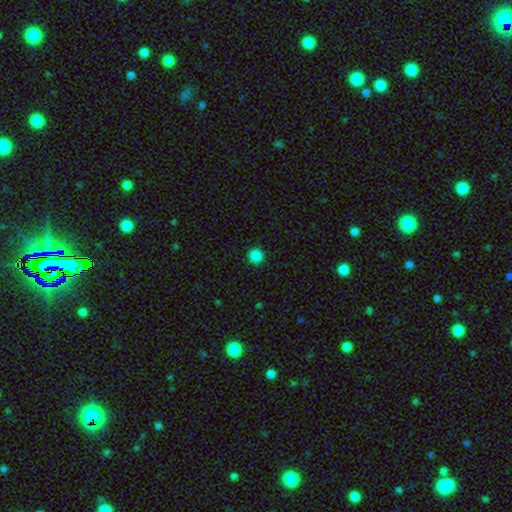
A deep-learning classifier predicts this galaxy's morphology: Overall: smooth (86%). How rounded: round (95%). Merging: none (93%).